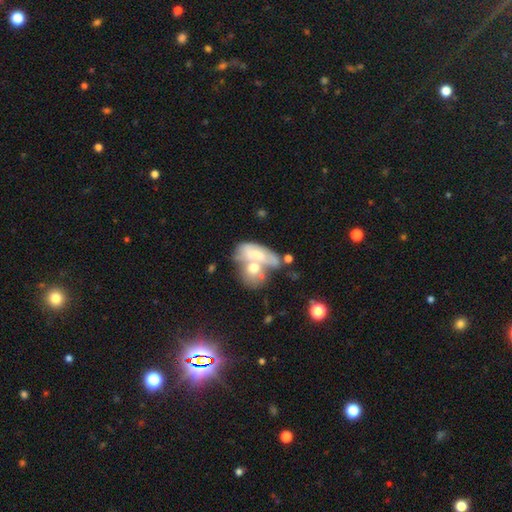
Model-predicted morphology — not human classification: Overall: smooth (53%; featured or disk 38%). How rounded: in between (81%). Merging: merger (63%).